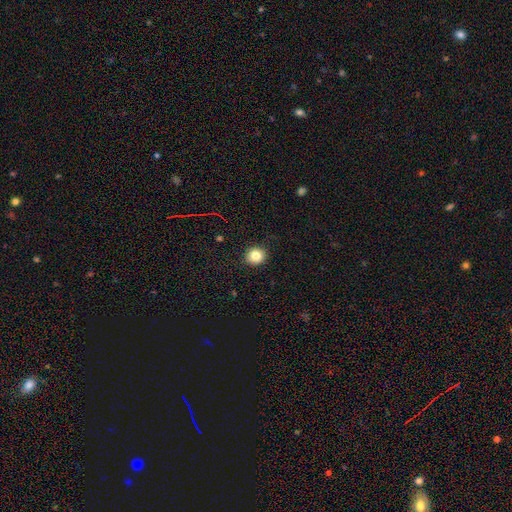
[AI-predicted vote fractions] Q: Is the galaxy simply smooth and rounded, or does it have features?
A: smooth — 82%.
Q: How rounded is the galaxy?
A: round — 85%.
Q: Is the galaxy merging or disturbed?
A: none — 89%.